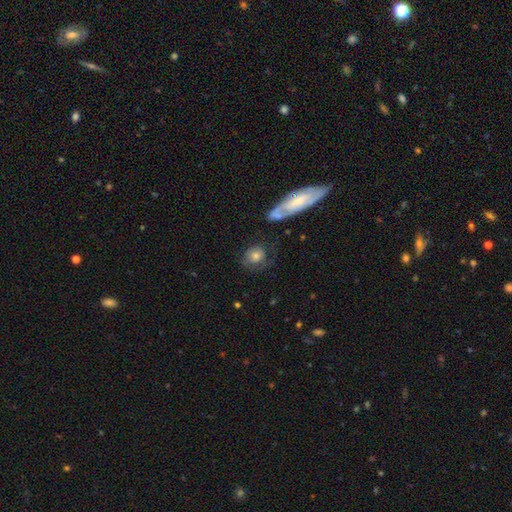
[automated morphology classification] smooth 57%, featured or disk 34%, star or artifact 9%. Down the decision tree: how rounded — round (72%); merging — none (59%).